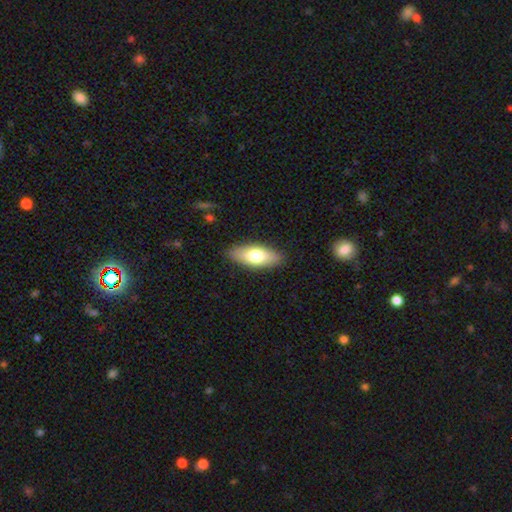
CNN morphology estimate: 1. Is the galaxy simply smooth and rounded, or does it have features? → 70% smooth, 23% featured or disk, 6% star or artifact.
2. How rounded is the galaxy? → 77% in between, 20% cigar-shaped, 3% round.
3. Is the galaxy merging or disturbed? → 88% none, 9% minor disturbance, 2% major disturbance, 1% merger.